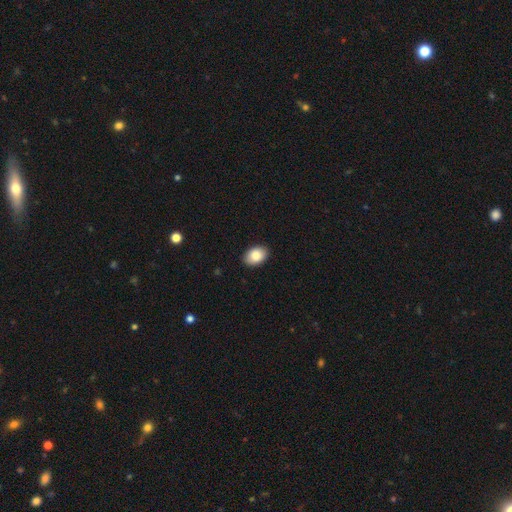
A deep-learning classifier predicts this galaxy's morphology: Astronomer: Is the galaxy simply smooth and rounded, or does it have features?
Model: smooth — 84%.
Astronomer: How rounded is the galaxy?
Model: in between — 86%.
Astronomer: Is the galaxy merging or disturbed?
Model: none — 90%.